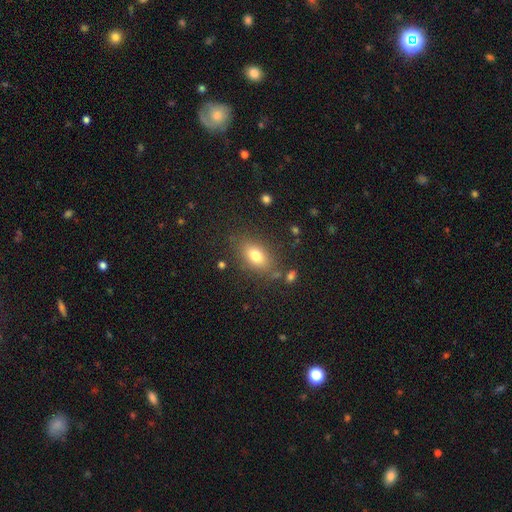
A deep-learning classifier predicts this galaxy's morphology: smooth 77%, featured or disk 13%, star or artifact 10%. Down the decision tree: how rounded — in between (82%); merging — none (79%).